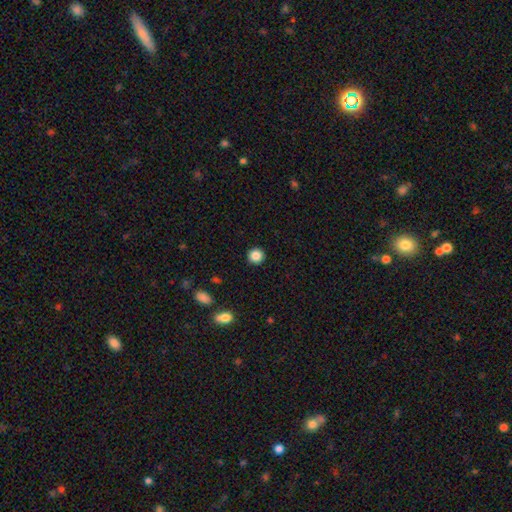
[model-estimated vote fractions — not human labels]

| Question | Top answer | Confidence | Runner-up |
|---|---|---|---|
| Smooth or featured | smooth | 86% | star or artifact (10%) |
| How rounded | round | 94% | in between (5%) |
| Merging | none | 93% | minor disturbance (5%) |